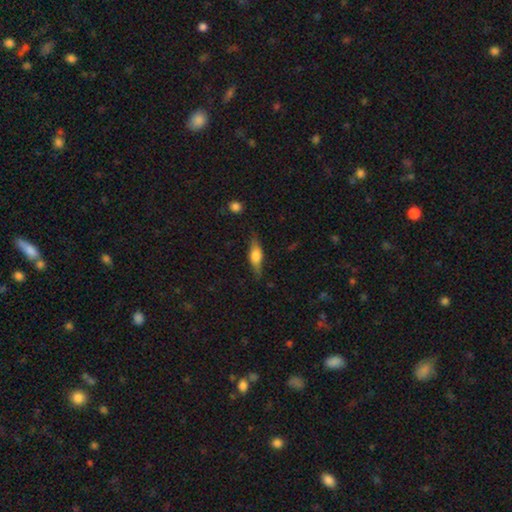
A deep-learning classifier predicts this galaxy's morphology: Smooth or featured?
  - featured or disk: 48% *
  - smooth: 45%
  - star or artifact: 7%
Merging?
  - none: 80% *
  - minor disturbance: 15%
  - major disturbance: 4%
  - merger: 2%